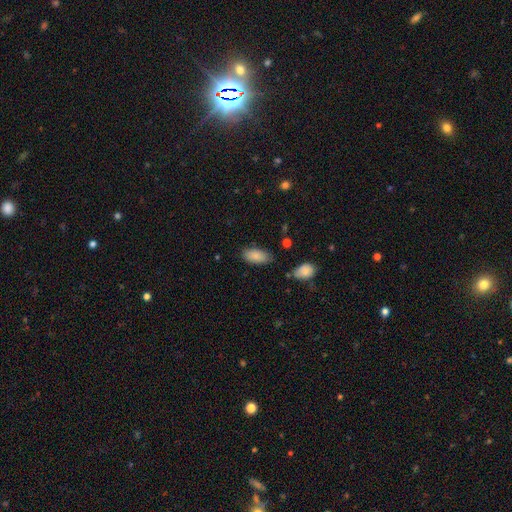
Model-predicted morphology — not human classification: A smooth galaxy with no disk features (86%) that is in between round and cigar-shaped (90%).

Vote fractions:
- Smooth or featured? smooth: 86% / star or artifact: 7% / featured or disk: 7%
- How rounded? in between: 90% / cigar-shaped: 7% / round: 2%
- Merging? none: 78% / minor disturbance: 16% / major disturbance: 3% / merger: 3%